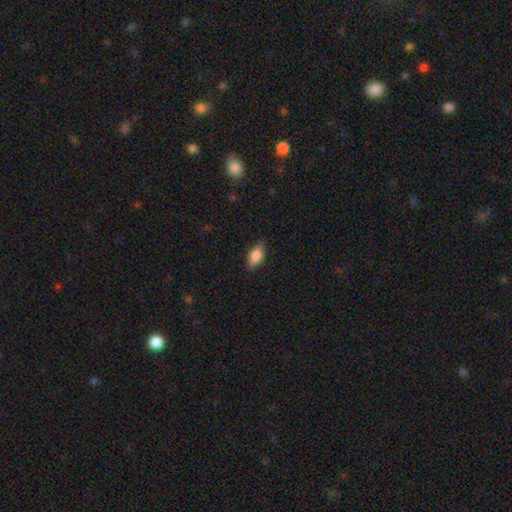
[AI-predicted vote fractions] smooth-or-featured: smooth: 80% | featured or disk: 13% | star or artifact: 7%
  how-rounded: in between: 88% | cigar-shaped: 7% | round: 6%
  merging: none: 79% | minor disturbance: 16% | major disturbance: 3% | merger: 1%